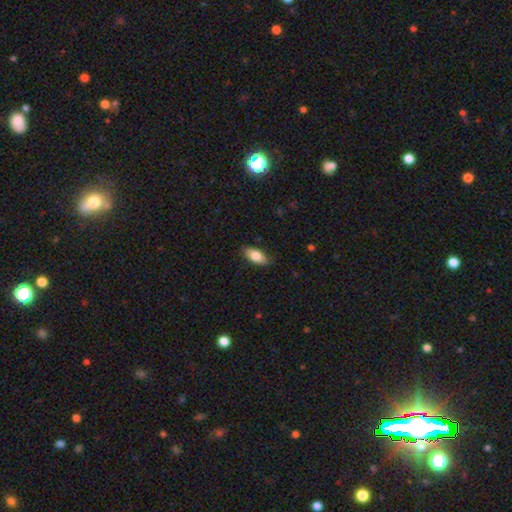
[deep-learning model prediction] Smooth or featured? Predicted: smooth (p=0.81). How rounded? Predicted: in between (p=0.89). Merging? Predicted: none (p=0.85).